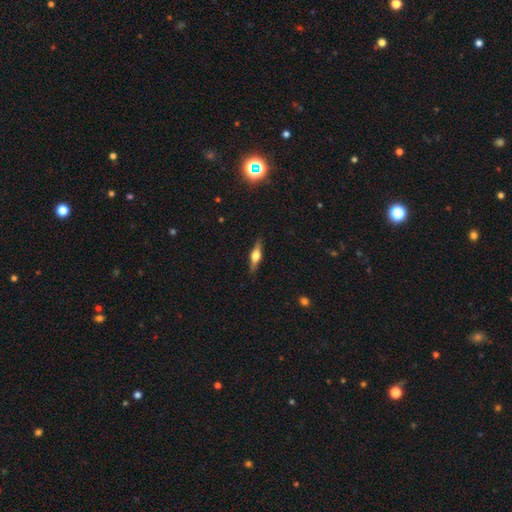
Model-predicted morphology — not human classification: Q: Smooth or featured?
A: featured or disk (61%); runner-up: smooth (33%)
Q: Edge-on disk?
A: yes (95%); runner-up: no (5%)
Q: Edge-on bulge?
A: rounded (92%); runner-up: boxy (6%)
Q: Merging?
A: none (88%); runner-up: minor disturbance (9%)